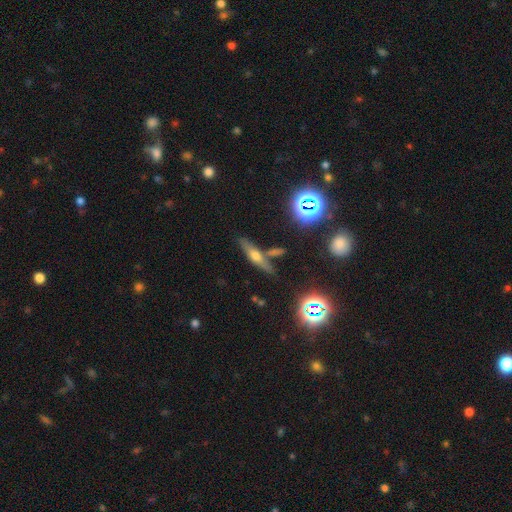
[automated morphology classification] A featured or disk galaxy (47%). Merging: none (72%).